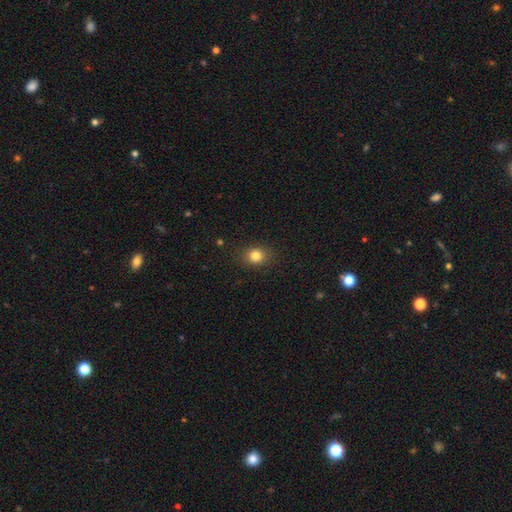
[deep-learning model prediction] Q: Smooth or featured?
A: smooth (82%); runner-up: star or artifact (12%)
Q: How rounded?
A: round (64%); runner-up: in between (35%)
Q: Merging?
A: none (88%); runner-up: minor disturbance (9%)